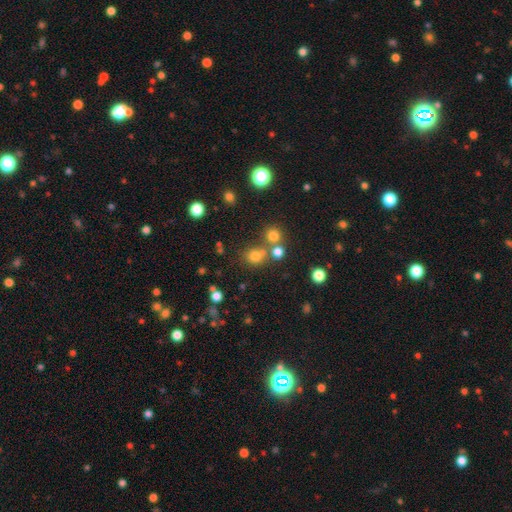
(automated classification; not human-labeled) Smooth or featured?
  - smooth: 69% *
  - star or artifact: 22%
  - featured or disk: 8%
How rounded?
  - round: 83% *
  - in between: 16%
  - cigar-shaped: 1%
Merging?
  - none: 66% *
  - merger: 22%
  - minor disturbance: 9%
  - major disturbance: 4%